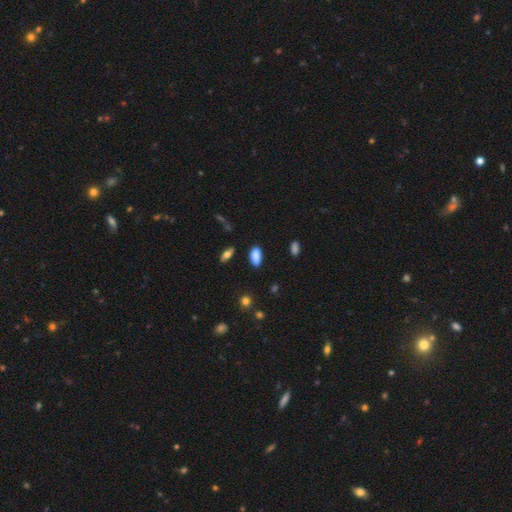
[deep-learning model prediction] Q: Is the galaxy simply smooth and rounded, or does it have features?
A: smooth — 86%.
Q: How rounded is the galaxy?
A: in between — 86%.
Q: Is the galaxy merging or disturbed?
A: none — 80%.